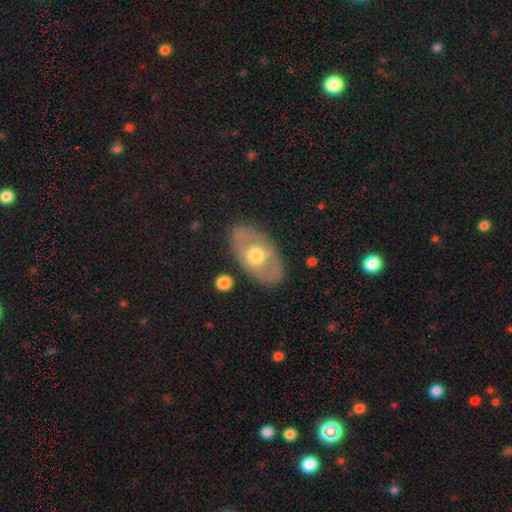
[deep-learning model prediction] A featured or disk galaxy (50%).

Vote fractions:
- Smooth or featured? featured or disk: 50% / smooth: 45% / star or artifact: 5%
- Edge-on disk? no: 85% / yes: 15%
- Merging? none: 82% / minor disturbance: 12% / major disturbance: 4% / merger: 2%